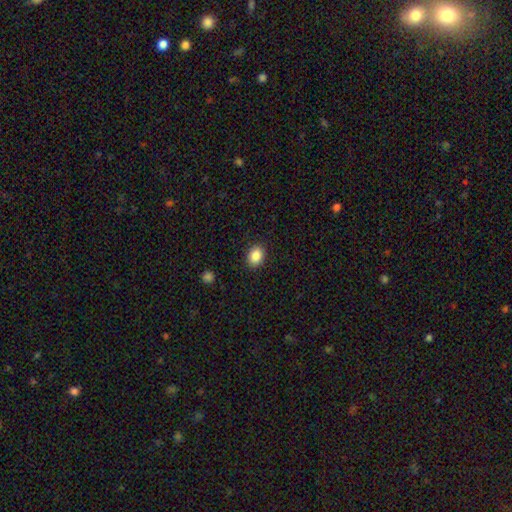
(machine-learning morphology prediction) Q: Smooth or featured?
A: smooth (86%); runner-up: star or artifact (9%)
Q: How rounded?
A: in between (59%); runner-up: round (40%)
Q: Merging?
A: none (89%); runner-up: minor disturbance (7%)